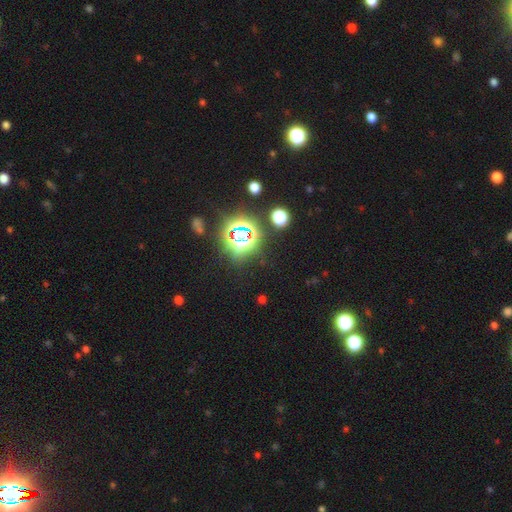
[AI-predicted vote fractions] This appears to be a star or artifact, not a galaxy (77%).